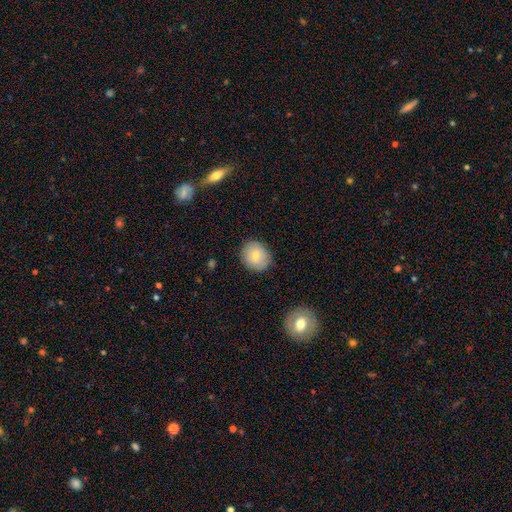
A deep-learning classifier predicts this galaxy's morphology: Smooth or featured? smooth (78%)
How rounded? round (72%)
Merging? none (86%)